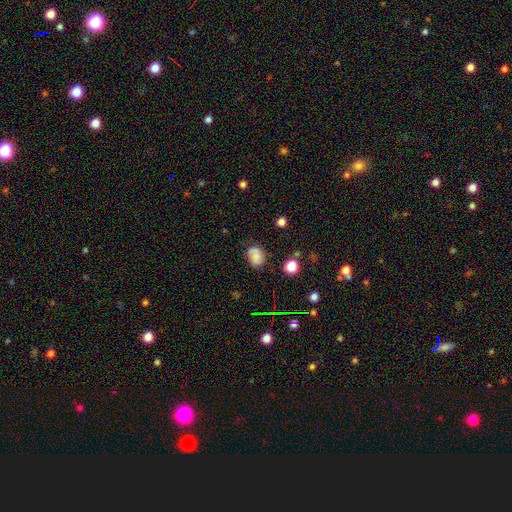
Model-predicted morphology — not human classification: Smooth or featured? smooth (66%)
How rounded? in between (55%)
Merging? none (67%)